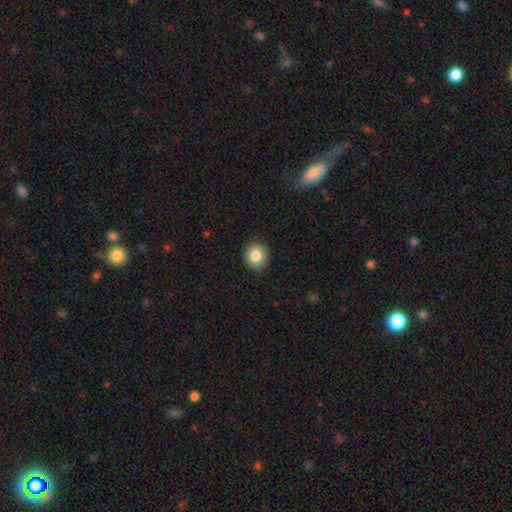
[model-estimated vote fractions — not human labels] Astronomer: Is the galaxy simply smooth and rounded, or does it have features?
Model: smooth — 82%.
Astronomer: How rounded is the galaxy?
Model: round — 71%.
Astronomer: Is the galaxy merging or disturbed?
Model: none — 86%.